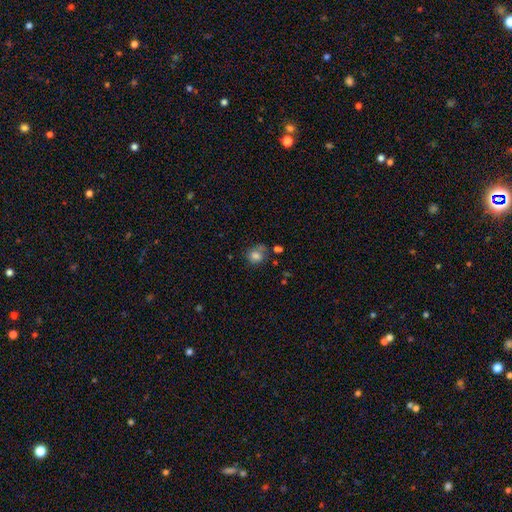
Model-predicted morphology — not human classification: This is likely a smooth galaxy (79%). How rounded: likely round (76%). Merging: possibly none (55%).